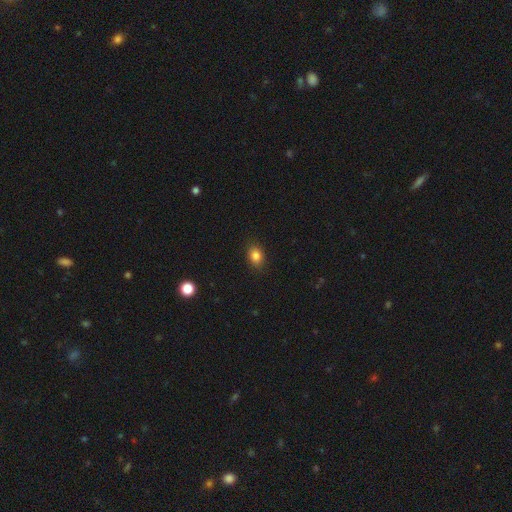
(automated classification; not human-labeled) Morphology: type=smooth (84%); roundness=in between (65%); merging=none (85%).